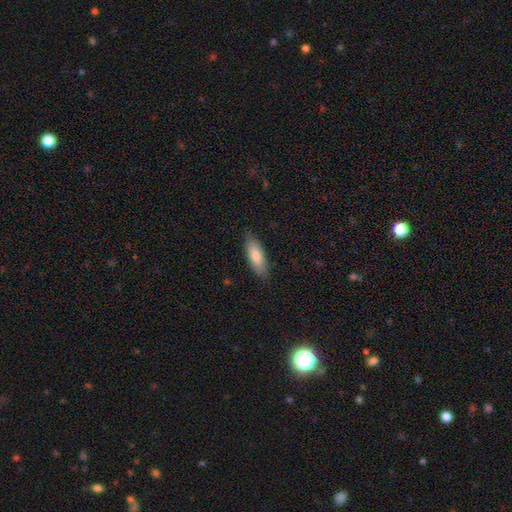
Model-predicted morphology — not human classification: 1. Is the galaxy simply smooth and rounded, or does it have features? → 77% smooth, 17% featured or disk, 6% star or artifact.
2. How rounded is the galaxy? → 66% in between, 32% cigar-shaped, 2% round.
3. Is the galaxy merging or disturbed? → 83% none, 14% minor disturbance, 2% major disturbance, 1% merger.